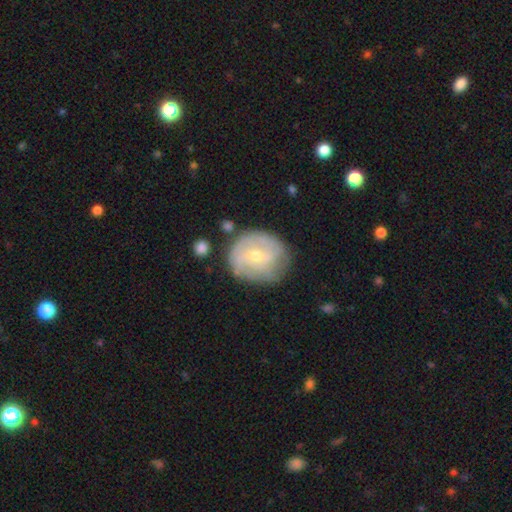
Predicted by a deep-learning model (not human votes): Smooth or featured? Predicted: featured or disk (p=0.68). Edge-on disk? Predicted: no (p=0.97). Bar? Predicted: no (p=0.50). Spiral arms? Predicted: yes (p=0.80). Spiral winding? Predicted: tight (p=0.59). Spiral arm count? Predicted: can't tell (p=0.49). Bulge size? Predicted: small (p=0.59). Merging? Predicted: none (p=0.68).